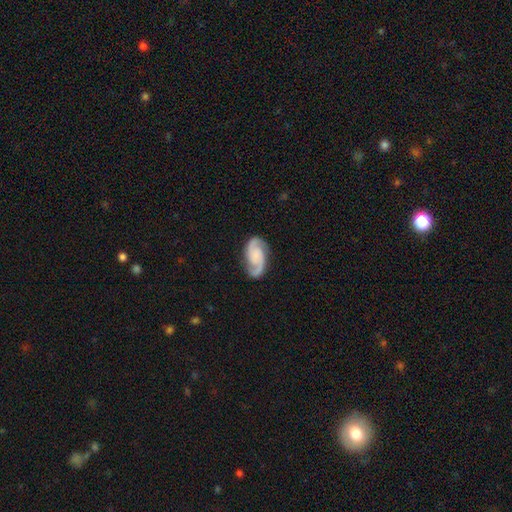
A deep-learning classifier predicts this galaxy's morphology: Smooth or featured?
  - featured or disk: 86% *
  - smooth: 9%
  - star or artifact: 5%
Edge-on disk?
  - no: 98% *
  - yes: 2%
Bar?
  - no: 60% *
  - weak: 31%
  - strong: 9%
Spiral arms?
  - yes: 98% *
  - no: 2%
Spiral winding?
  - medium: 52% *
  - tight: 26%
  - loose: 22%
Spiral arm count?
  - 2: 93% *
  - can't tell: 2%
  - 1: 1%
  - 3: 1%
  - 4: 1%
  - more than 4: 1%
Bulge size?
  - none: 43% *
  - small: 35%
  - moderate: 15%
  - large: 5%
  - dominant: 2%
Merging?
  - none: 81% *
  - minor disturbance: 13%
  - major disturbance: 4%
  - merger: 1%